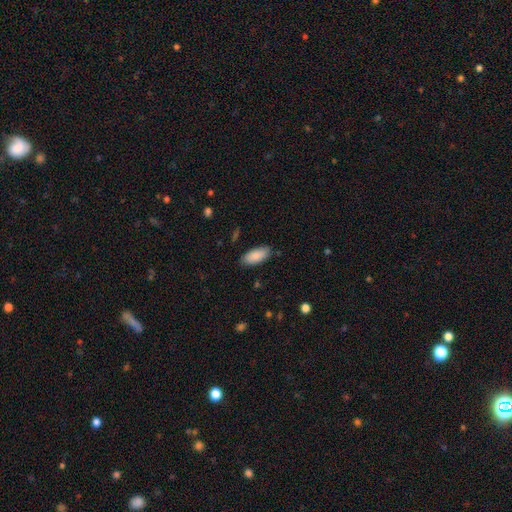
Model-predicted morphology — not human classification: Smooth or featured?
  - smooth: 89% *
  - star or artifact: 6%
  - featured or disk: 5%
How rounded?
  - in between: 88% *
  - cigar-shaped: 11%
  - round: 2%
Merging?
  - none: 84% *
  - minor disturbance: 12%
  - major disturbance: 2%
  - merger: 1%